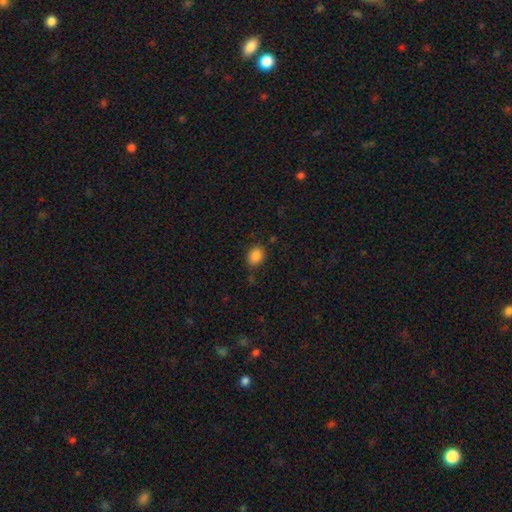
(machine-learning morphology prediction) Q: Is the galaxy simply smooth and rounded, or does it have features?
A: smooth — 86%.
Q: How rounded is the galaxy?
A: in between — 55%.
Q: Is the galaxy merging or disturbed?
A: none — 79%.